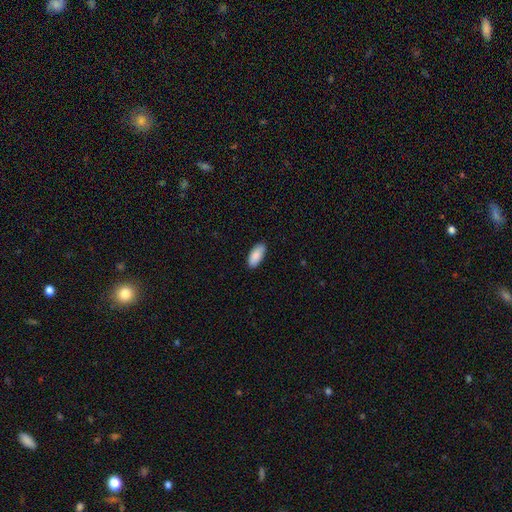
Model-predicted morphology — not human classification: A smooth galaxy with no disk features (90%) that is in between round and cigar-shaped (91%).

Vote fractions:
- Smooth or featured? smooth: 90% / star or artifact: 6% / featured or disk: 4%
- How rounded? in between: 91% / cigar-shaped: 8% / round: 2%
- Merging? none: 88% / minor disturbance: 9% / major disturbance: 2% / merger: 1%